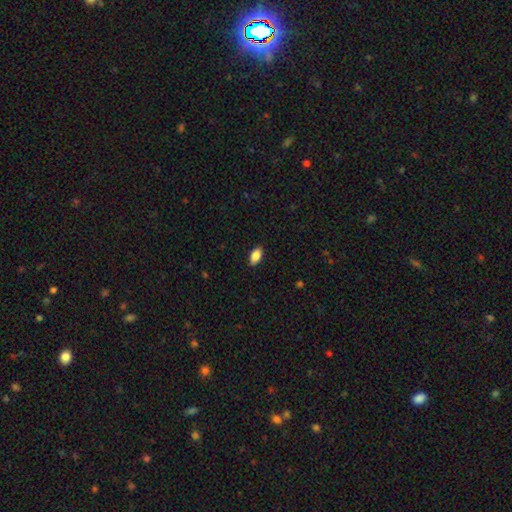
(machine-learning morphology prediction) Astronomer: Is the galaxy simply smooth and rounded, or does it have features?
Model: smooth — 86%.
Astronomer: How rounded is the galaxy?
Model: in between — 91%.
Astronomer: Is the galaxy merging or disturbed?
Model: none — 88%.